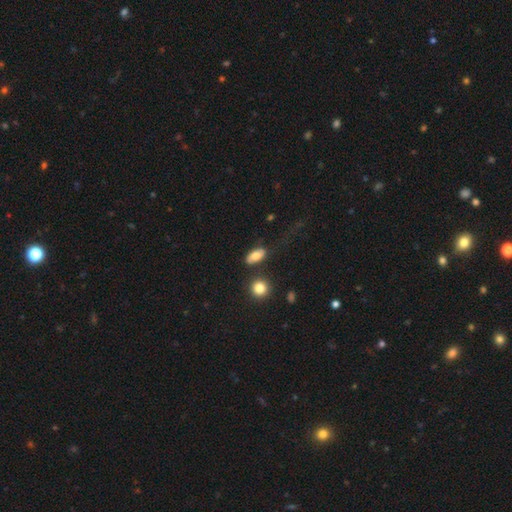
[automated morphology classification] Overall: smooth (73%). How rounded: in between (82%). Merging: none (71%).